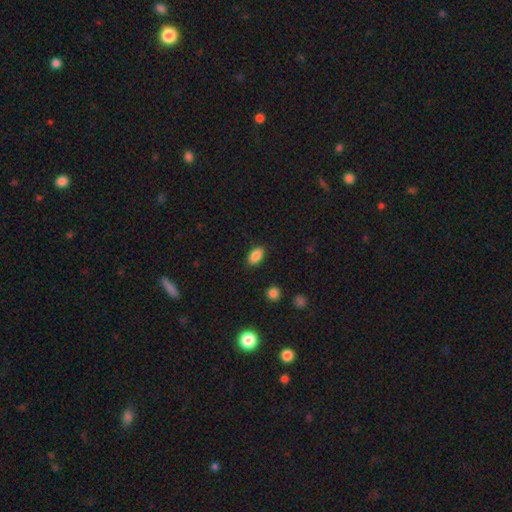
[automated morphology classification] Q: Smooth or featured?
A: smooth (88%); runner-up: star or artifact (9%)
Q: How rounded?
A: in between (91%); runner-up: round (7%)
Q: Merging?
A: none (87%); runner-up: minor disturbance (9%)